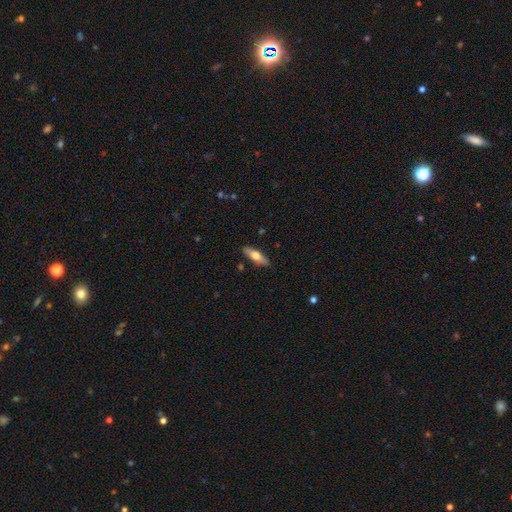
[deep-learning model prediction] This appears to be a smooth galaxy with no disk features (57%) that is in between round and cigar-shaped (50%). Merging: none (88%).